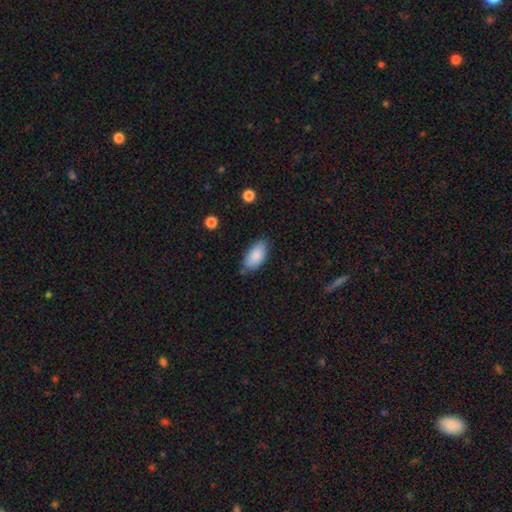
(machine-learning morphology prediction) Smooth or featured? Predicted: smooth (p=0.86). How rounded? Predicted: in between (p=0.93). Merging? Predicted: none (p=0.74).